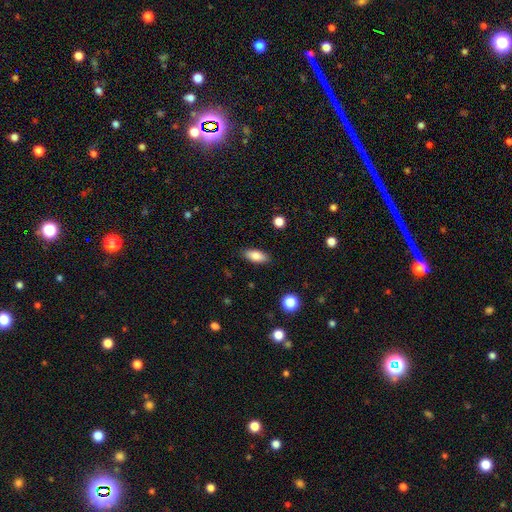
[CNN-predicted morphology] This is clearly a smooth galaxy (83%). How rounded: clearly in between (84%). Merging: clearly none (87%).